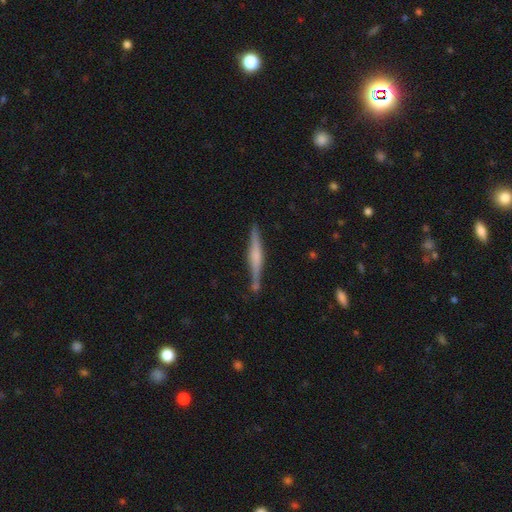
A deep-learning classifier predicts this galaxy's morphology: Q: Smooth or featured?
A: featured or disk (66%); runner-up: smooth (27%)
Q: Edge-on disk?
A: yes (97%); runner-up: no (3%)
Q: Edge-on bulge?
A: rounded (57%); runner-up: boxy (28%)
Q: Merging?
A: none (80%); runner-up: minor disturbance (12%)